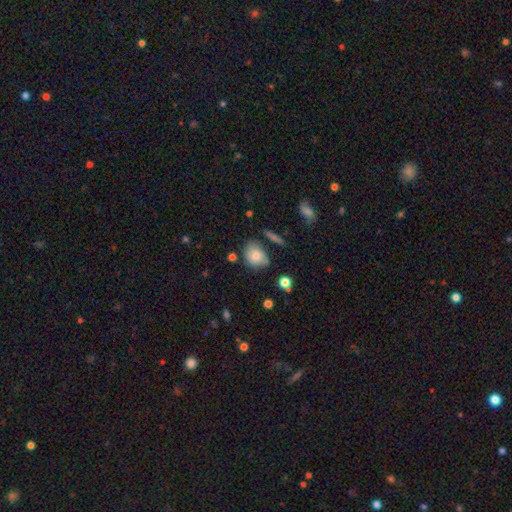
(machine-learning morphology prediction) smooth-or-featured: smooth: 79% | featured or disk: 11% | star or artifact: 10%
  how-rounded: round: 50% | in between: 49% | cigar-shaped: 2%
  merging: none: 59% | minor disturbance: 26% | merger: 8% | major disturbance: 8%